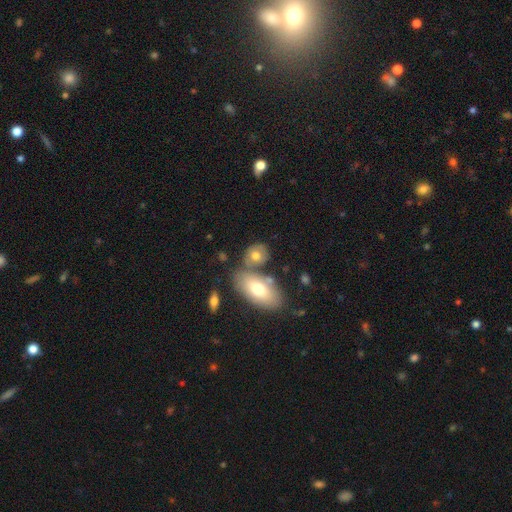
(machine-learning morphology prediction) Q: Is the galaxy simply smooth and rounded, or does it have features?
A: smooth — 68%.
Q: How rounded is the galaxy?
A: in between — 56%.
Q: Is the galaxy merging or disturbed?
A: none — 52%.